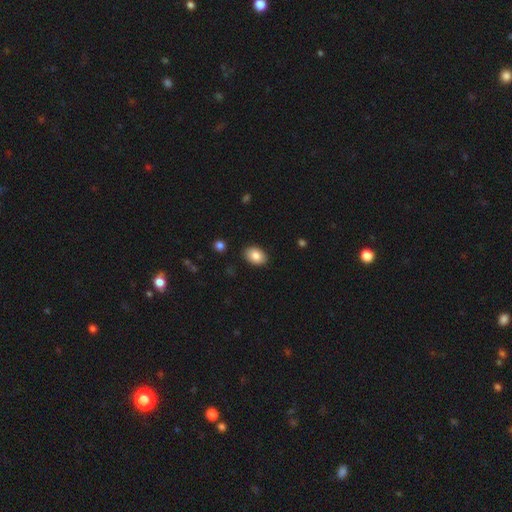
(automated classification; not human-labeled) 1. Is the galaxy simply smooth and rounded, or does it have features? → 85% smooth, 8% featured or disk, 8% star or artifact.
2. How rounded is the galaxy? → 82% in between, 17% round, 1% cigar-shaped.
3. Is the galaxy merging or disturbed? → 89% none, 8% minor disturbance, 2% major disturbance, 1% merger.